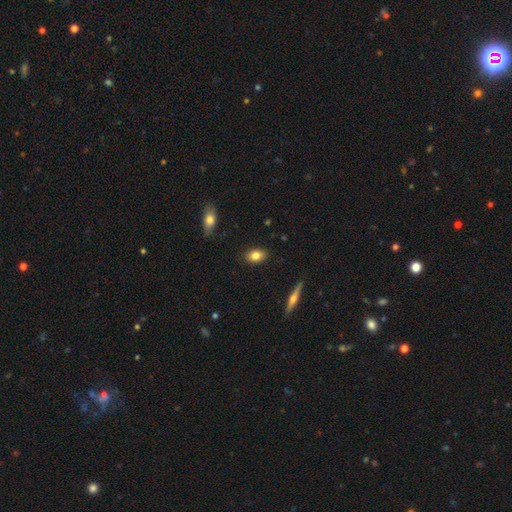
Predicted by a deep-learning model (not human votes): This is clearly a smooth galaxy (82%). How rounded: clearly in between (85%). Merging: clearly none (88%).